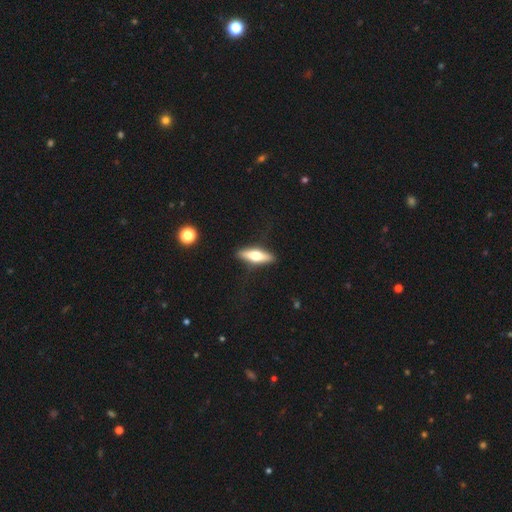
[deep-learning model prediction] This appears to be a featured or disk galaxy (48%). Merging: none (87%).